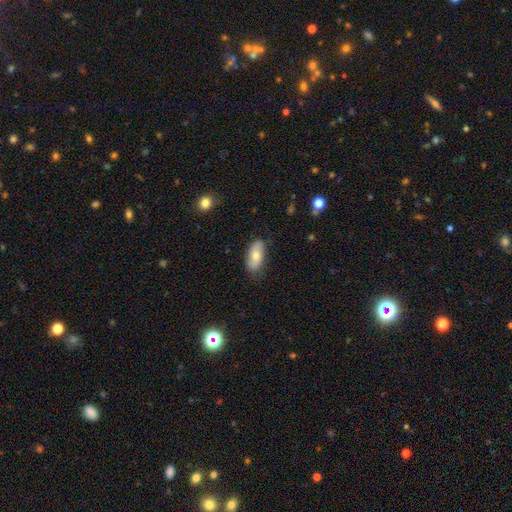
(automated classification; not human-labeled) This appears to be a smooth galaxy with no disk features (68%) that is in between round and cigar-shaped (90%). Merging: none (78%).